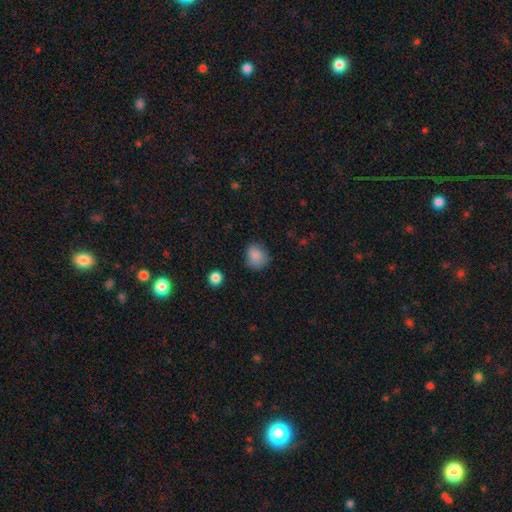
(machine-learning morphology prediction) Smooth or featured? smooth (86%)
How rounded? round (71%)
Merging? none (71%)